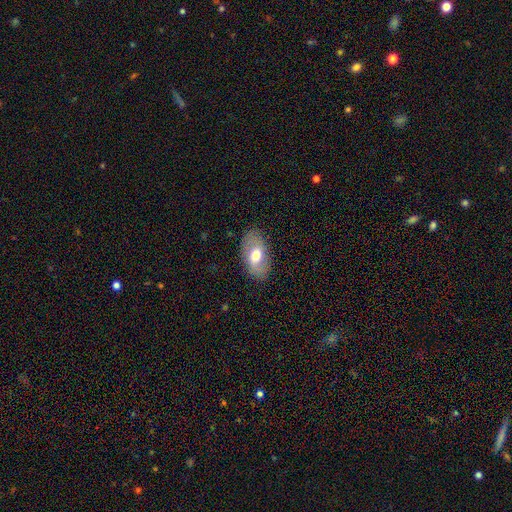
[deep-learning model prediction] A smooth galaxy with no disk features (57%) that is in between round and cigar-shaped (92%). Merging: none (83%).